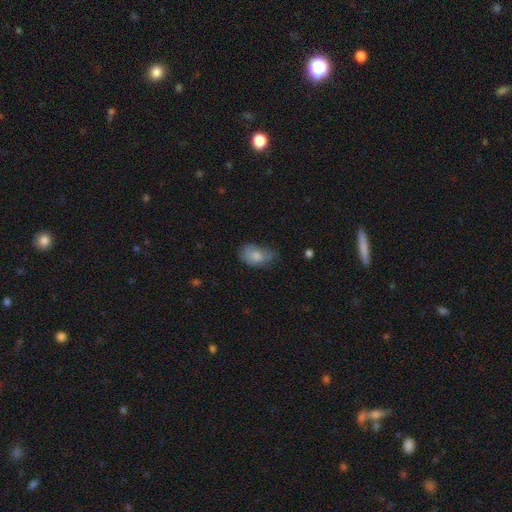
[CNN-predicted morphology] The model was most divided on "merging": none: 45%, minor disturbance: 38%, major disturbance: 15%, merger: 2%. More confident: how rounded — in between (89%); smooth or featured — smooth (77%).